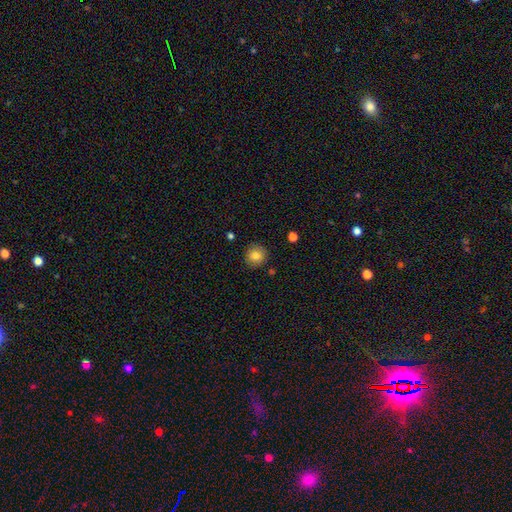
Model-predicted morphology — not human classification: This is clearly a smooth galaxy (82%). How rounded: clearly round (92%). Merging: clearly none (88%).